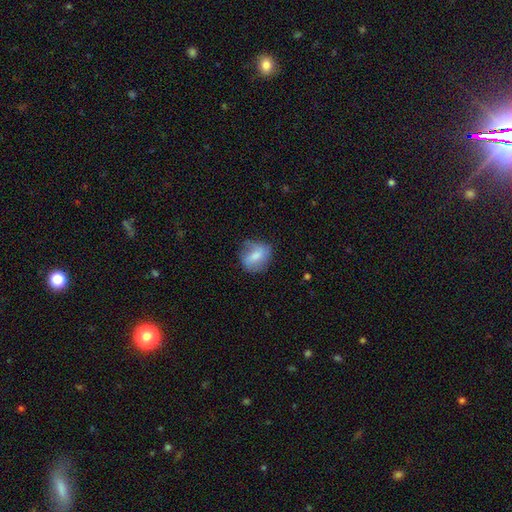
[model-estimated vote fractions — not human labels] The model was most divided on "how rounded": round: 52%, in between: 46%, cigar-shaped: 2%. More confident: smooth or featured — smooth (61%); merging — none (57%).